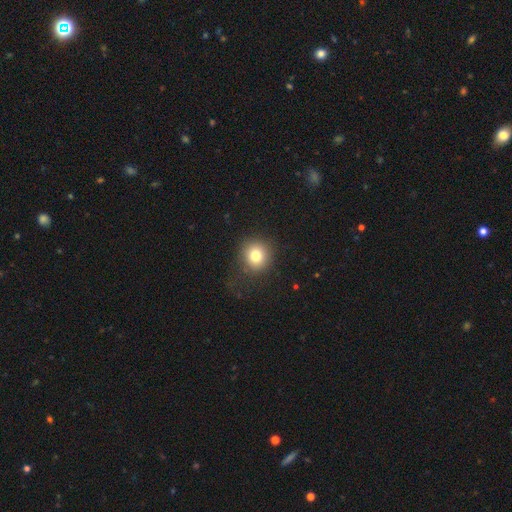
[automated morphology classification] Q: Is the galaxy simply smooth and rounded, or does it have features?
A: smooth — 79%.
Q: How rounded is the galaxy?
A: round — 88%.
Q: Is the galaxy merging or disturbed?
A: none — 80%.